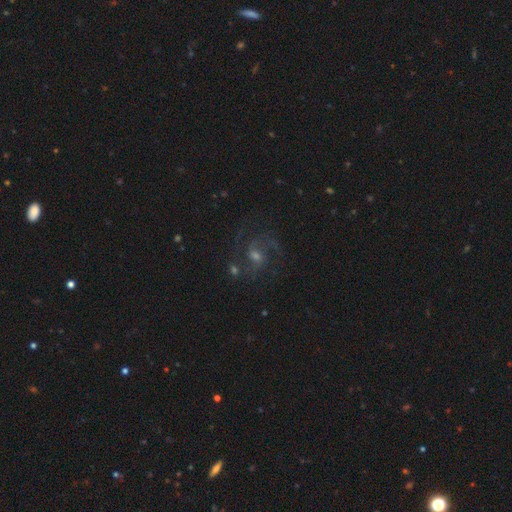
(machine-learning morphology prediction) smooth-or-featured: featured or disk: 78% | star or artifact: 13% | smooth: 9%
  disk-edge-on: no: 98% | yes: 2%
    bar: weak: 46% | no: 44% | strong: 10%
    has-spiral-arms: yes: 96% | no: 4%
      spiral-winding: medium: 59% | loose: 22% | tight: 19%
      spiral-arm-count: 2: 78% | 3: 7% | can't tell: 7% | 1: 3% | 4: 2% | more than 4: 2%
    bulge-size: moderate: 50% | small: 37% | large: 7% | none: 5% | dominant: 2%
  merging: none: 72% | minor disturbance: 13% | major disturbance: 10% | merger: 5%